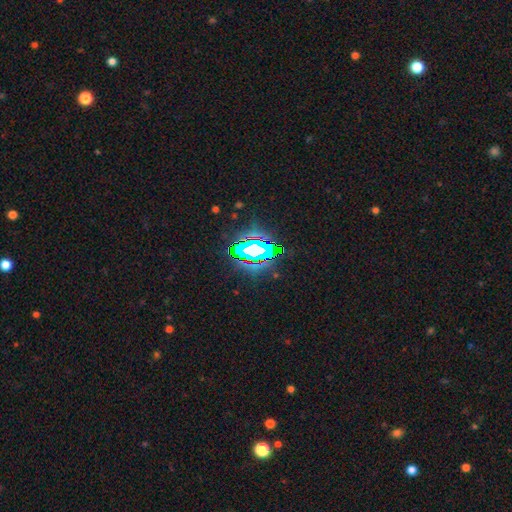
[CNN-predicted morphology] smooth-or-featured: star or artifact: 77% | smooth: 13% | featured or disk: 10%